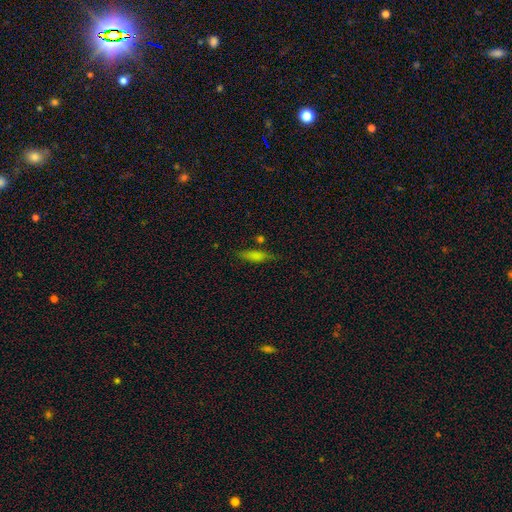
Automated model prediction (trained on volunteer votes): Q: Smooth or featured?
A: smooth (73%); runner-up: featured or disk (16%)
Q: How rounded?
A: cigar-shaped (53%); runner-up: in between (44%)
Q: Merging?
A: none (69%); runner-up: minor disturbance (20%)